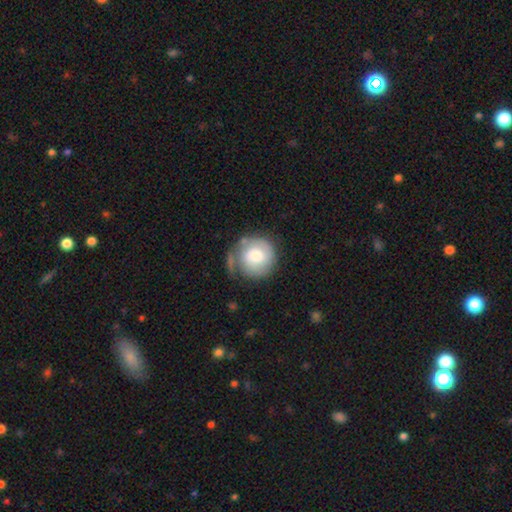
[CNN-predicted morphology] Smooth or featured: smooth — 62% (featured or disk — 31%)
How rounded: round — 91% (in between — 8%)
Merging: none — 55% (minor disturbance — 24%)